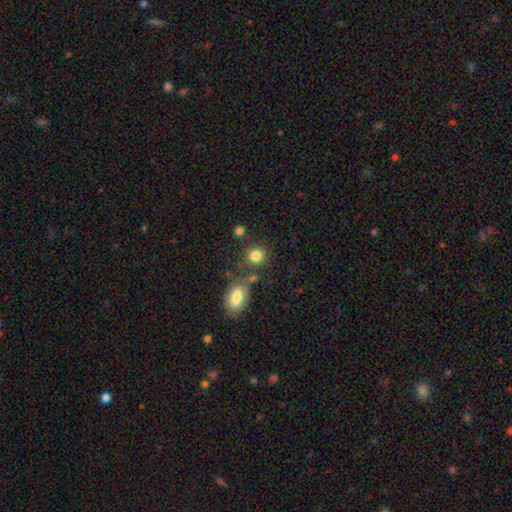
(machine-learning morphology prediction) A smooth galaxy with no disk features (83%) that is round (83%). Merging: none (72%).